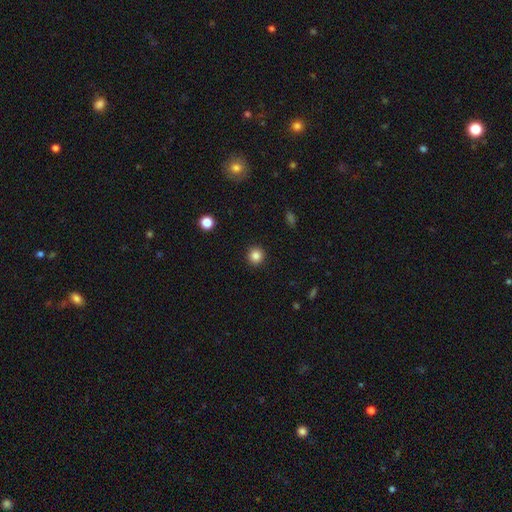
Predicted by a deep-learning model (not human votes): Overall: smooth (85%). How rounded: round (94%). Merging: none (93%).